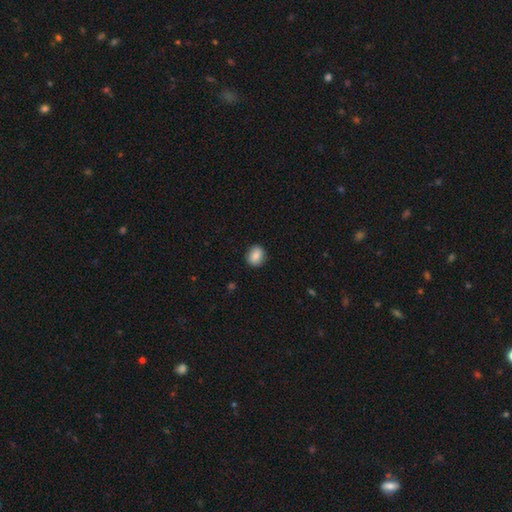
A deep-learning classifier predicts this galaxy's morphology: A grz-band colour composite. It shows a smooth galaxy with no disk features (85%) that is round (59%). Merging: none (88%).